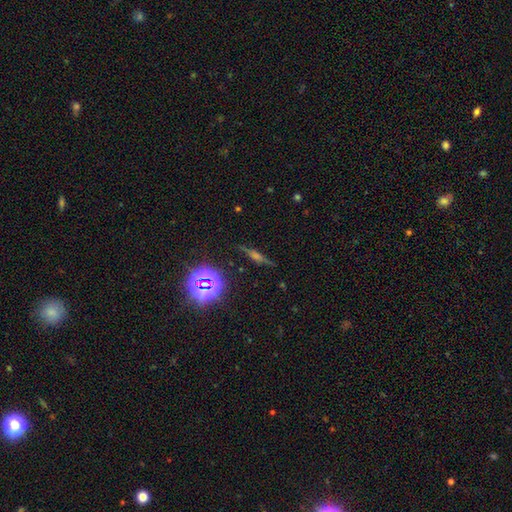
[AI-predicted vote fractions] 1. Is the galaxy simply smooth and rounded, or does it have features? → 50% featured or disk, 29% star or artifact, 22% smooth.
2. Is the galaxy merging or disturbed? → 87% none, 9% minor disturbance, 2% major disturbance, 2% merger.